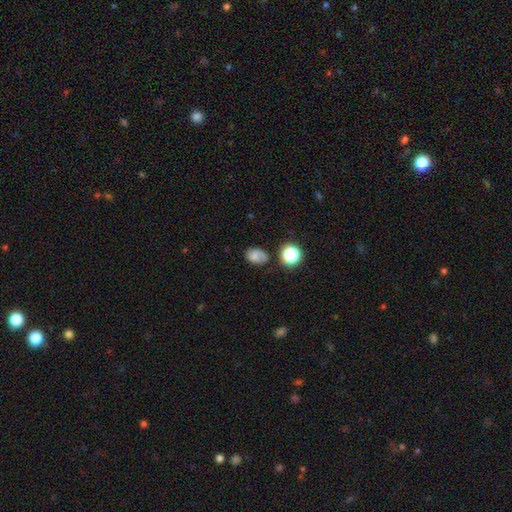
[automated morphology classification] smooth_or_featured: smooth (p=0.69) [alt: featured or disk p=0.17]
how_rounded: in between (p=0.70) [alt: round p=0.28]
merging: none (p=0.58) [alt: minor disturbance p=0.27]